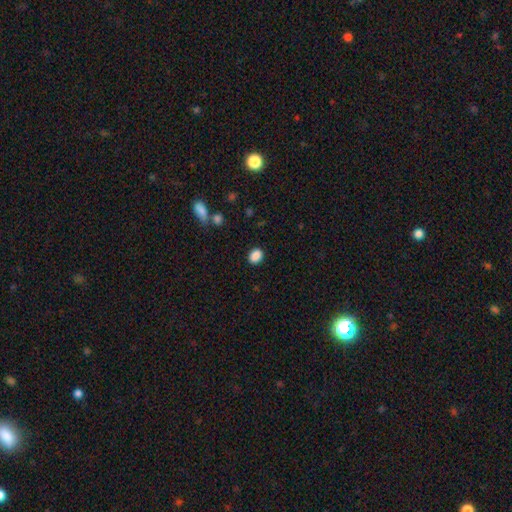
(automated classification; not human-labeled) Smooth or featured? Predicted: smooth (p=0.88). How rounded? Predicted: in between (p=0.62). Merging? Predicted: none (p=0.87).